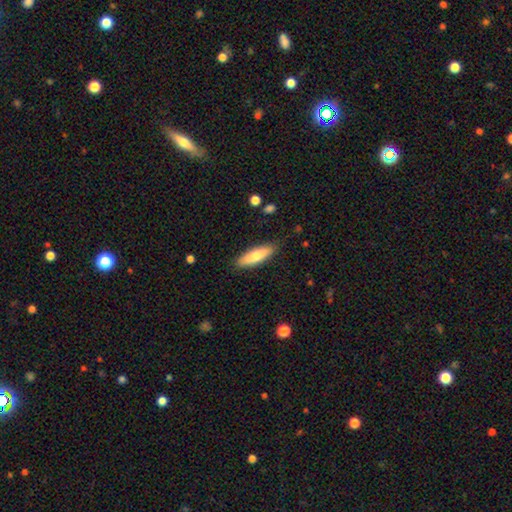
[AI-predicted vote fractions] This appears to be a smooth galaxy with no disk features (76%) that is cigar-shaped (56%). Merging: none (87%).